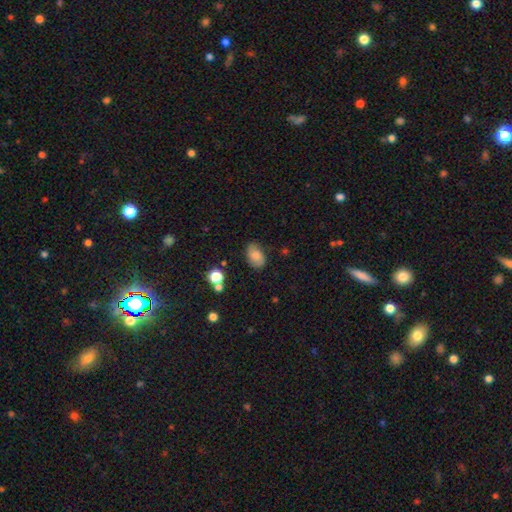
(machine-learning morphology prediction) A smooth galaxy with no disk features (66%) that is in between round and cigar-shaped (86%).

Vote fractions:
- Smooth or featured? smooth: 66% / featured or disk: 24% / star or artifact: 10%
- How rounded? in between: 86% / round: 13% / cigar-shaped: 1%
- Merging? none: 71% / minor disturbance: 22% / major disturbance: 5% / merger: 2%